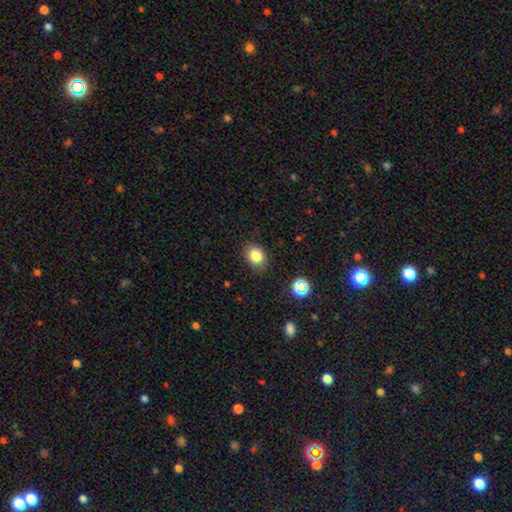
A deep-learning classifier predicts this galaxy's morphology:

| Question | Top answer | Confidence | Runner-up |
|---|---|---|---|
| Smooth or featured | smooth | 82% | star or artifact (12%) |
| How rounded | in between | 54% | round (45%) |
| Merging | none | 85% | minor disturbance (11%) |